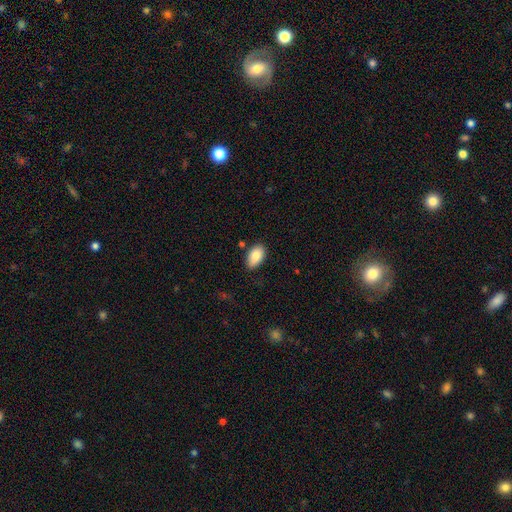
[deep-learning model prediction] This appears to be a smooth galaxy with no disk features (85%) that is in between round and cigar-shaped (93%). Merging: none (77%).